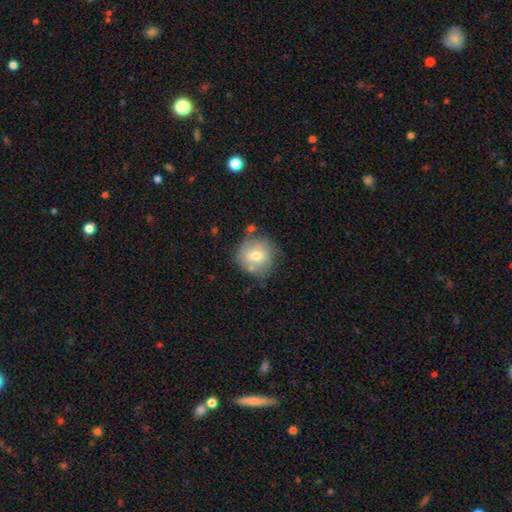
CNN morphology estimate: smooth-or-featured: smooth: 66% | featured or disk: 26% | star or artifact: 8%
  how-rounded: round: 90% | in between: 9% | cigar-shaped: 1%
  merging: none: 65% | minor disturbance: 19% | merger: 10% | major disturbance: 6%